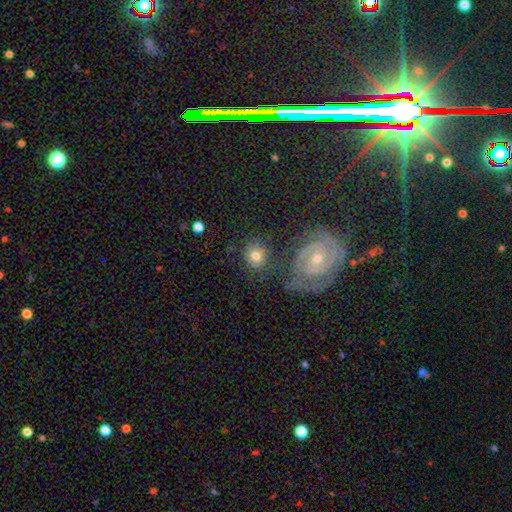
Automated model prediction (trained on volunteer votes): A smooth galaxy with no disk features (66%) that is round (77%). Merging: none (73%).